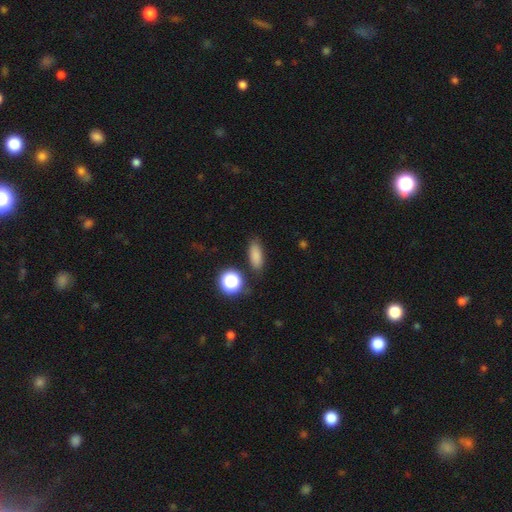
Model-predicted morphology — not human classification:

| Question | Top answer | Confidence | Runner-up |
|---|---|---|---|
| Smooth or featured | smooth | 81% | star or artifact (13%) |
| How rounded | in between | 71% | cigar-shaped (20%) |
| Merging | none | 82% | minor disturbance (11%) |